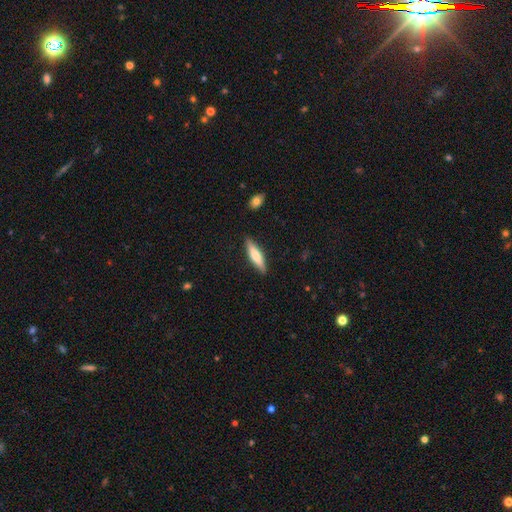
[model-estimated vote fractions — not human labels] The model was most divided on "smooth or featured": smooth: 64%, featured or disk: 30%, star or artifact: 6%. More confident: merging — none (88%); how rounded — cigar-shaped (75%).